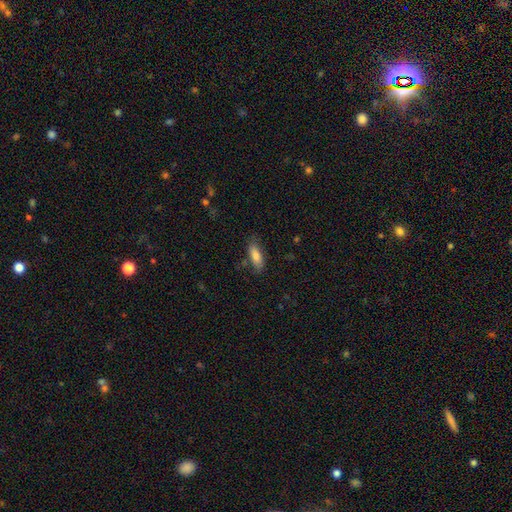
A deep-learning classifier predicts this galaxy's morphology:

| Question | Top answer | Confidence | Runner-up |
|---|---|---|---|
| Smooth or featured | smooth | 80% | featured or disk (13%) |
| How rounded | in between | 67% | cigar-shaped (31%) |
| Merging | none | 72% | minor disturbance (19%) |